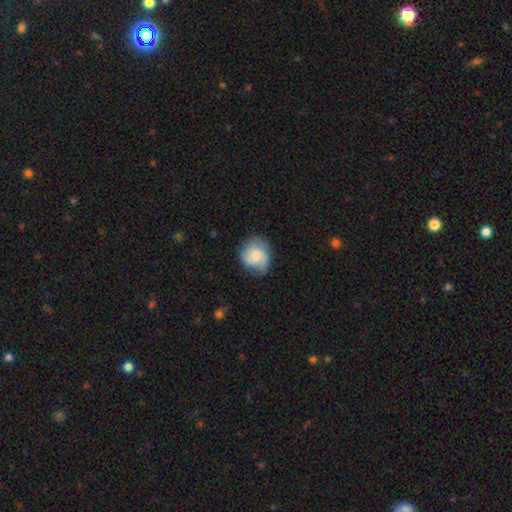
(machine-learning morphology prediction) Smooth or featured: featured or disk — 50% (smooth — 43%)
Edge-on disk: no — 98% (yes — 2%)
Merging: none — 68% (minor disturbance — 23%)